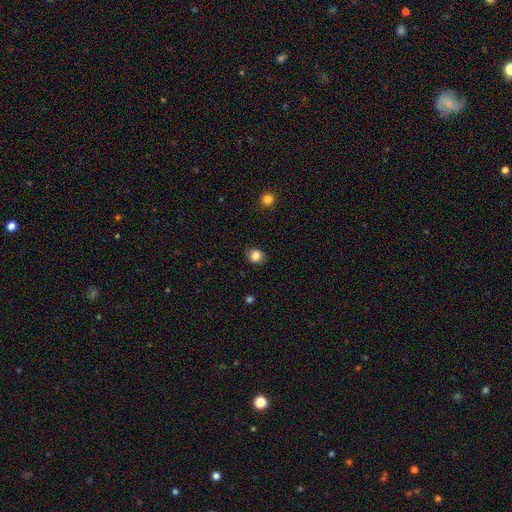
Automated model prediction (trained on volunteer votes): A smooth galaxy with no disk features (84%) that is round (72%). Merging: none (86%).